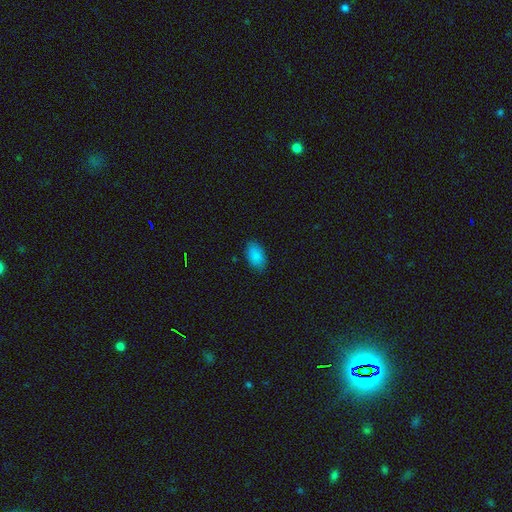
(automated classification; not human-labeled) Smooth or featured: smooth — 88% (star or artifact — 8%)
How rounded: in between — 93% (round — 5%)
Merging: none — 85% (minor disturbance — 12%)